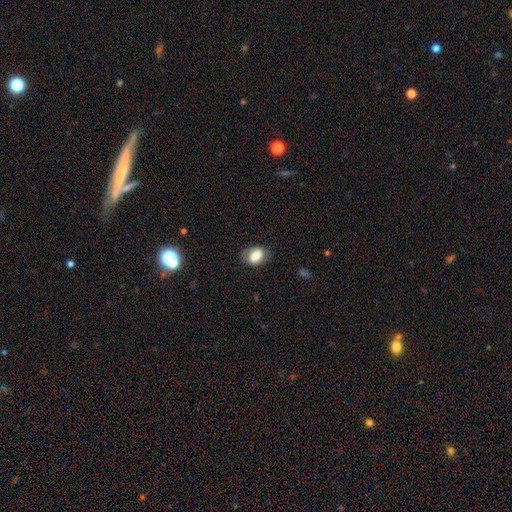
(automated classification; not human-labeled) Smooth or featured? Predicted: smooth (p=0.70). How rounded? Predicted: in between (p=0.78). Merging? Predicted: none (p=0.72).